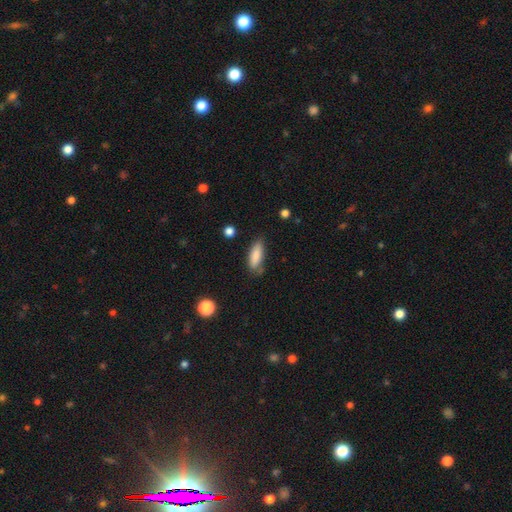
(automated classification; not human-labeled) Smooth or featured? smooth (86%)
How rounded? in between (63%)
Merging? none (69%)